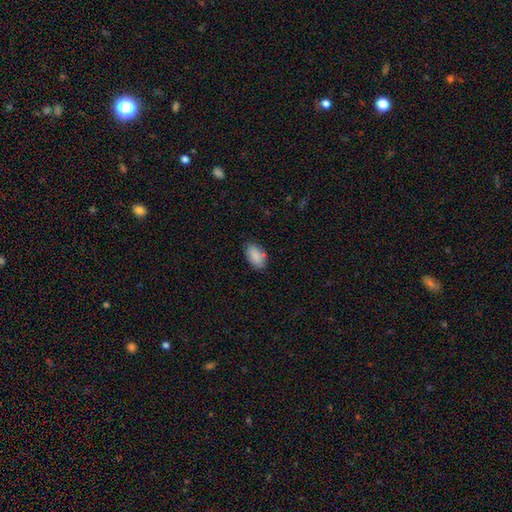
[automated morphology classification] Smooth or featured? Predicted: smooth (p=0.87). How rounded? Predicted: in between (p=0.94). Merging? Predicted: none (p=0.78).